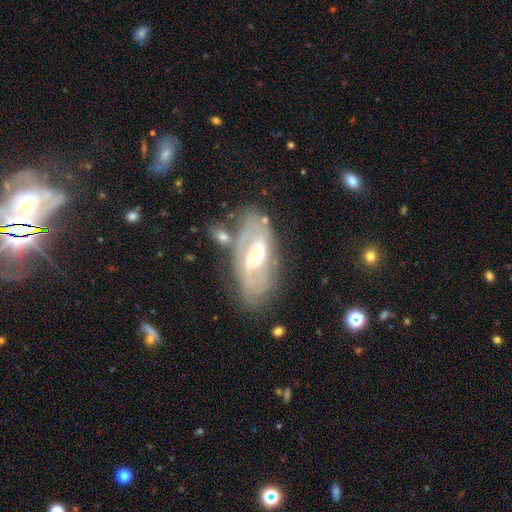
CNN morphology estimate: The model was most divided on "bar": no: 46%, weak: 38%, strong: 17%. Remaining: edge-on disk — no (93%); spiral arms — yes (85%); smooth or featured — featured or disk (81%); merging — none (61%); bulge size — small (59%); spiral arm count — 2 (52%); spiral winding — tight (50%).